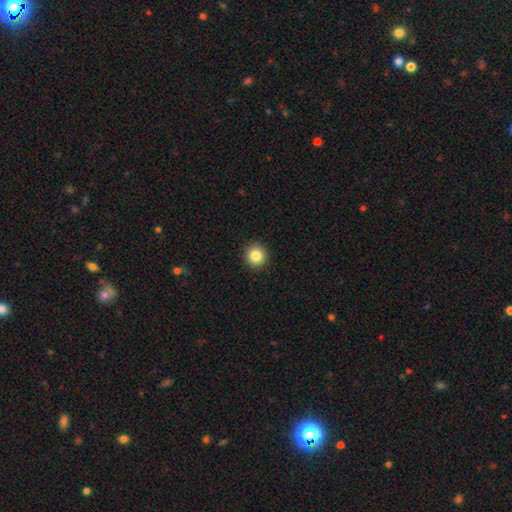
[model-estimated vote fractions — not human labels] Q: Smooth or featured?
A: smooth (86%); runner-up: star or artifact (10%)
Q: How rounded?
A: round (94%); runner-up: in between (6%)
Q: Merging?
A: none (93%); runner-up: minor disturbance (5%)